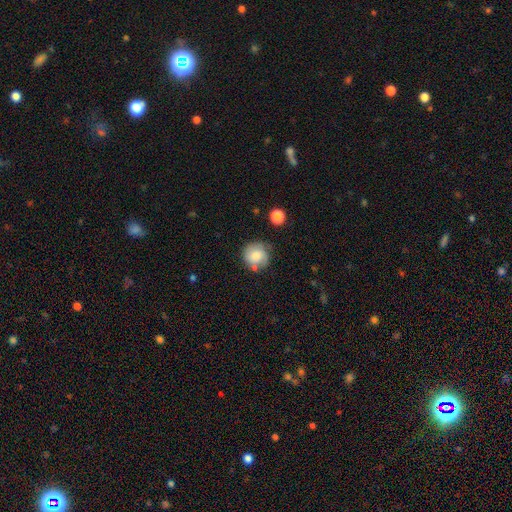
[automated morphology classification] Smooth or featured?
  - smooth: 70% *
  - featured or disk: 22%
  - star or artifact: 8%
How rounded?
  - round: 89% *
  - in between: 10%
  - cigar-shaped: 1%
Merging?
  - none: 65% *
  - minor disturbance: 21%
  - merger: 7%
  - major disturbance: 6%